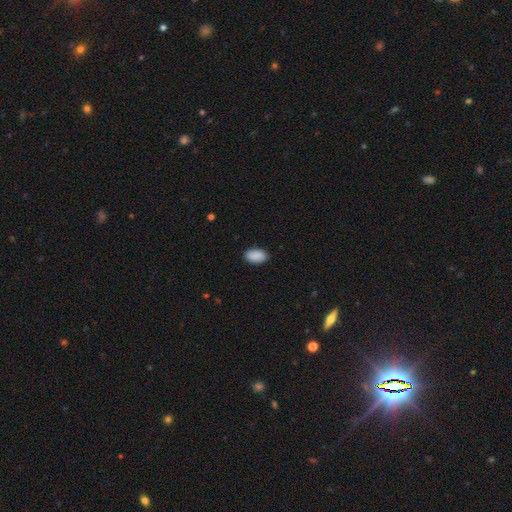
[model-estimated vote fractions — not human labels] Smooth or featured?
  - smooth: 91% *
  - star or artifact: 6%
  - featured or disk: 3%
How rounded?
  - in between: 93% *
  - round: 5%
  - cigar-shaped: 1%
Merging?
  - none: 88% *
  - minor disturbance: 9%
  - major disturbance: 2%
  - merger: 1%